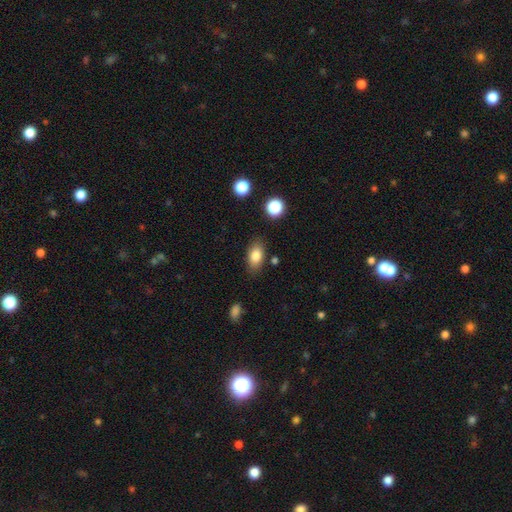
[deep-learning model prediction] Smooth or featured: smooth — 82% (featured or disk — 9%)
How rounded: in between — 88% (round — 9%)
Merging: none — 81% (minor disturbance — 13%)